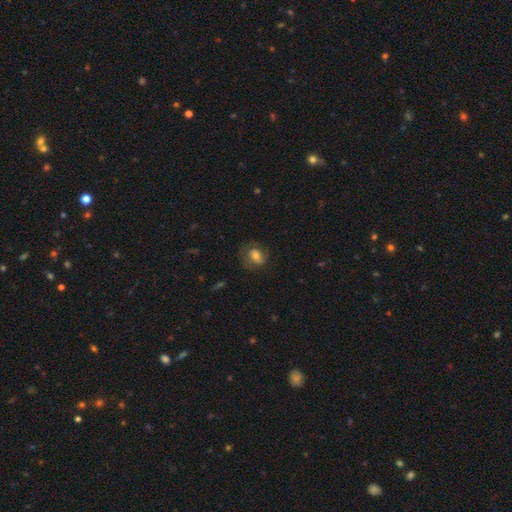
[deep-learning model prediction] Smooth or featured: smooth — 57% (featured or disk — 34%)
How rounded: in between — 54% (round — 44%)
Merging: none — 63% (minor disturbance — 21%)